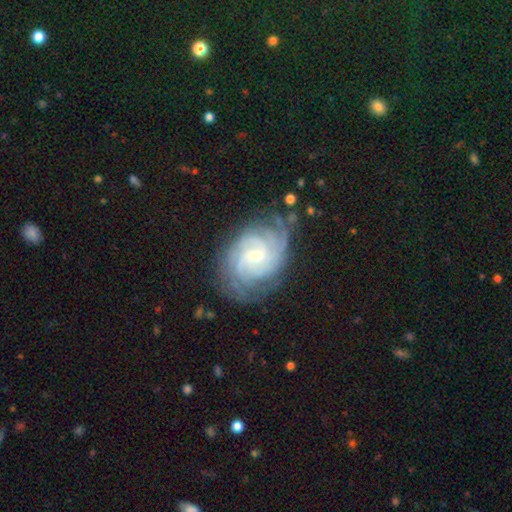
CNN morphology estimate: smooth-or-featured: featured or disk: 89% | star or artifact: 5% | smooth: 5%
  disk-edge-on: no: 97% | yes: 3%
    bar: no: 49% | weak: 41% | strong: 10%
    has-spiral-arms: yes: 98% | no: 2%
      spiral-winding: tight: 72% | medium: 24% | loose: 4%
      spiral-arm-count: 4: 31% | can't tell: 23% | 3: 17% | more than 4: 13% | 2: 10% | 1: 6%
    bulge-size: small: 65% | moderate: 32% | large: 1% | none: 1% | dominant: 1%
  merging: none: 75% | minor disturbance: 17% | major disturbance: 6% | merger: 1%